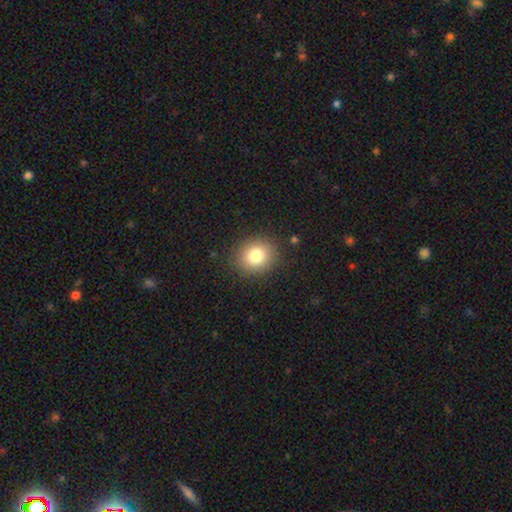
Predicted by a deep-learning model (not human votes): smooth 80%, star or artifact 11%, featured or disk 8%. Down the decision tree: how rounded — round (76%); merging — none (89%).